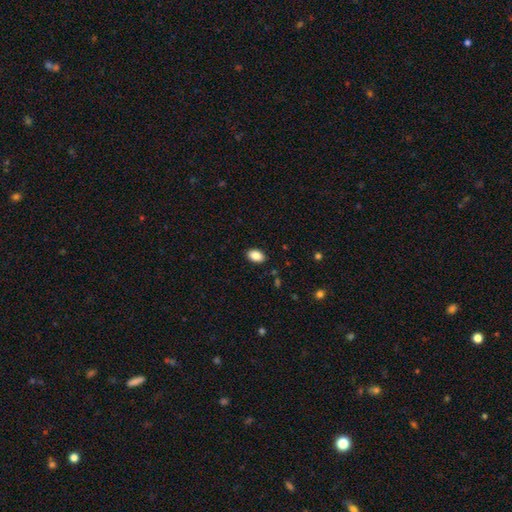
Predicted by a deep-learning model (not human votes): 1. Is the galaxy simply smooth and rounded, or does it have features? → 87% smooth, 8% star or artifact, 5% featured or disk.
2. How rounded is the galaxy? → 89% in between, 10% round, 1% cigar-shaped.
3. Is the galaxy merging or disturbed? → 89% none, 8% minor disturbance, 2% major disturbance, 1% merger.